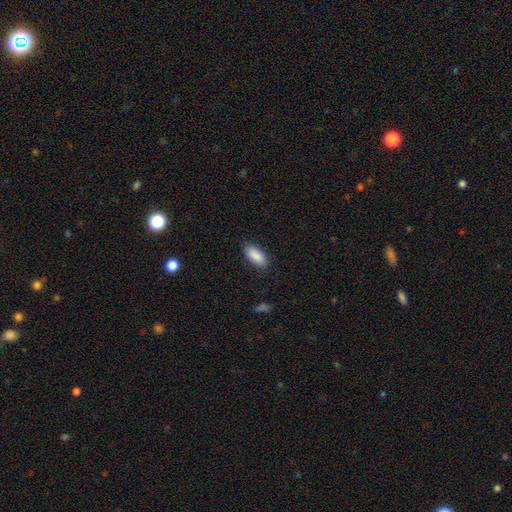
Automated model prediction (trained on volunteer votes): Smooth or featured? smooth (89%)
How rounded? in between (86%)
Merging? none (84%)